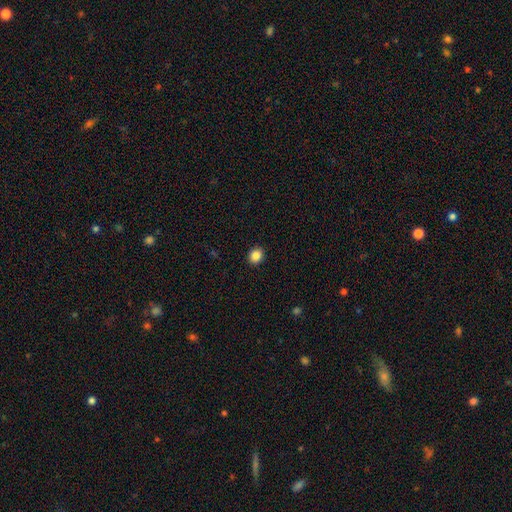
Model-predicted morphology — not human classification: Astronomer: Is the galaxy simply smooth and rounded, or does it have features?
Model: smooth — 86%.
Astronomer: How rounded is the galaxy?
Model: round — 72%.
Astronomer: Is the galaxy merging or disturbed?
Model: none — 92%.